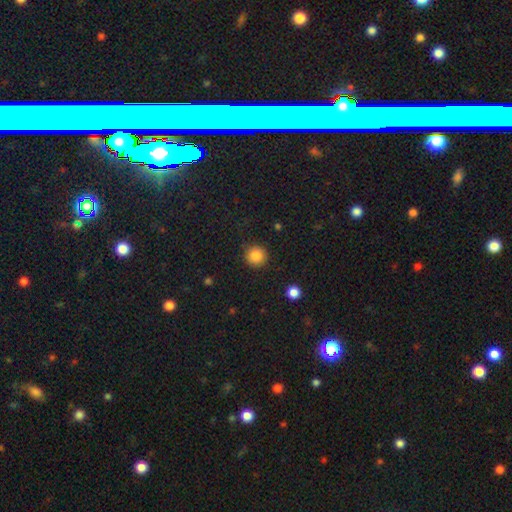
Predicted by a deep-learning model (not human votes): A smooth galaxy with no disk features (86%) that is round (94%). Merging: none (89%).